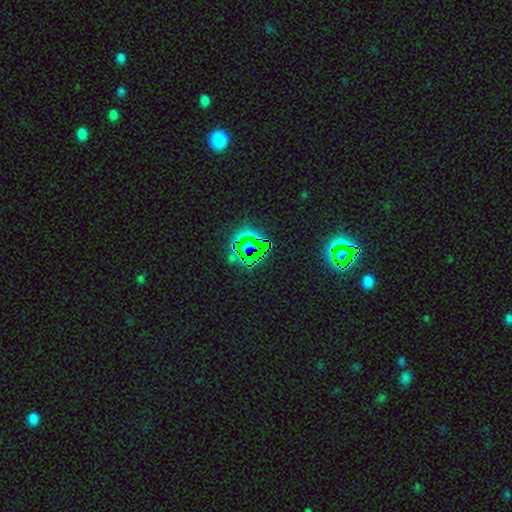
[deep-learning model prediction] Overall: star or artifact (79%).